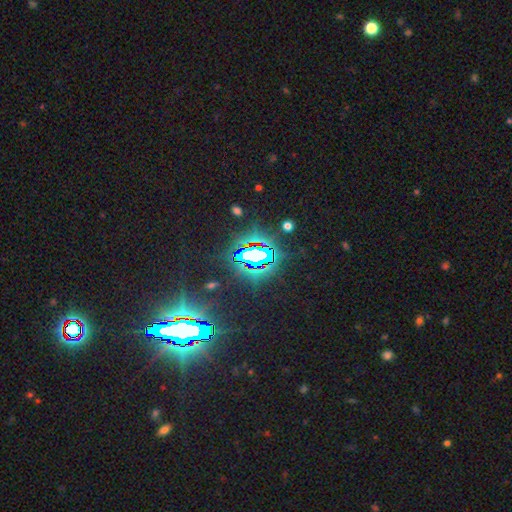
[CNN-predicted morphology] A star or artifact, not a galaxy (76%).